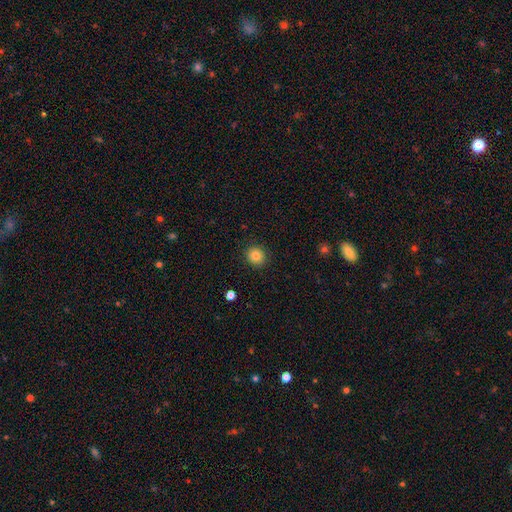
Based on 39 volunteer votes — Overall: smooth (92%). How rounded: round (94%). Merging: none (100%).